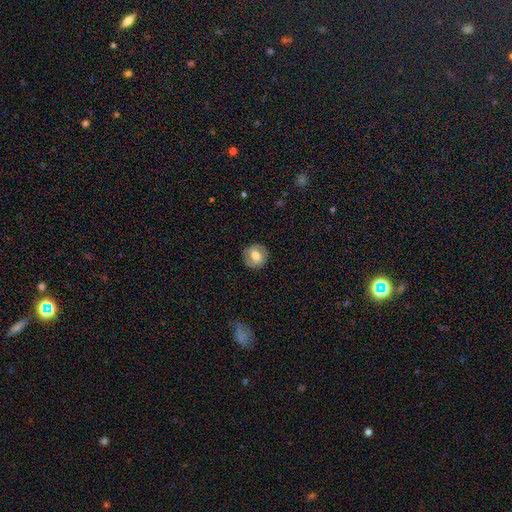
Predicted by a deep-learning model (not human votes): smooth 60%, featured or disk 32%, star or artifact 8%. Down the decision tree: how rounded — round (88%); merging — none (88%).